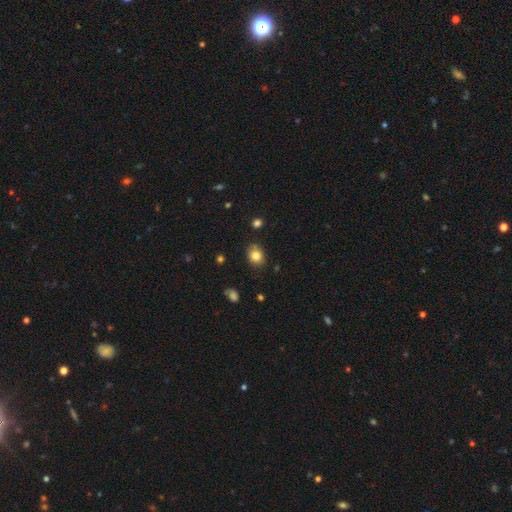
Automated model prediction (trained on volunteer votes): Smooth or featured?
  - smooth: 84% *
  - star or artifact: 10%
  - featured or disk: 7%
How rounded?
  - in between: 50% *
  - round: 49%
  - cigar-shaped: 1%
Merging?
  - none: 83% *
  - minor disturbance: 13%
  - major disturbance: 3%
  - merger: 2%